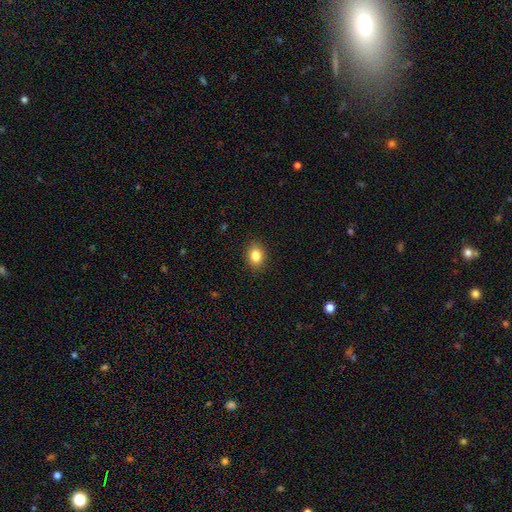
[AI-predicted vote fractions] Smooth or featured?
  - smooth: 84% *
  - star or artifact: 10%
  - featured or disk: 7%
How rounded?
  - in between: 58% *
  - round: 41%
  - cigar-shaped: 1%
Merging?
  - none: 89% *
  - minor disturbance: 8%
  - major disturbance: 2%
  - merger: 1%